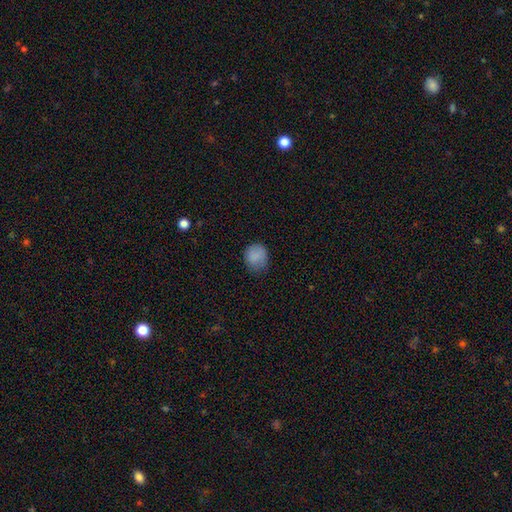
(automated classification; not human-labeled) Smooth or featured? Predicted: smooth (p=0.86). How rounded? Predicted: round (p=0.76). Merging? Predicted: none (p=0.70).